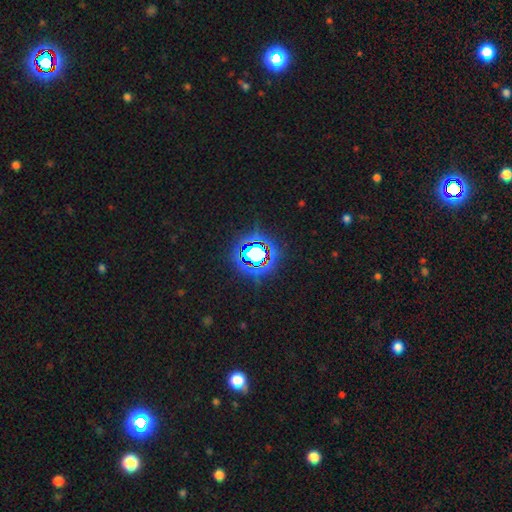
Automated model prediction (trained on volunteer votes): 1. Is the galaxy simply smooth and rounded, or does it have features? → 71% star or artifact, 17% smooth, 12% featured or disk.